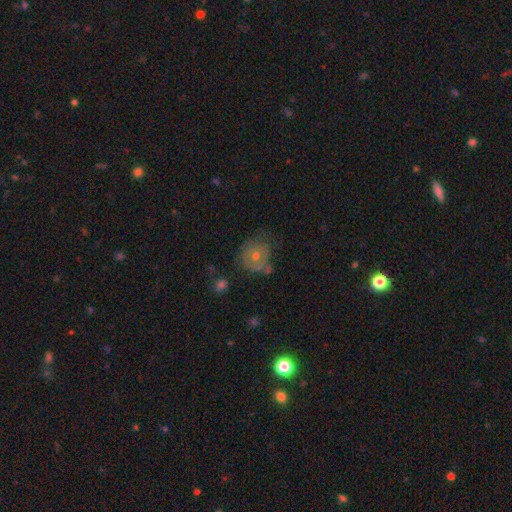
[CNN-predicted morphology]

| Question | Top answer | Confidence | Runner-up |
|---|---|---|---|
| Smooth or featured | featured or disk | 55% | smooth (34%) |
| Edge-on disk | no | 97% | yes (3%) |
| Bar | no | 83% | weak (14%) |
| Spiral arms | yes | 62% | no (38%) |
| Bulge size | moderate | 59% | small (36%) |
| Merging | none | 56% | minor disturbance (26%) |